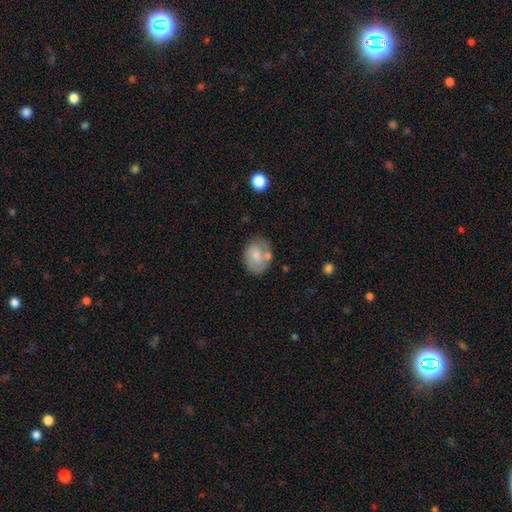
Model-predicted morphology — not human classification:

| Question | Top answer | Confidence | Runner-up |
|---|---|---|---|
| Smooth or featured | smooth | 61% | featured or disk (32%) |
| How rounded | in between | 68% | round (31%) |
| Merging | none | 59% | minor disturbance (22%) |